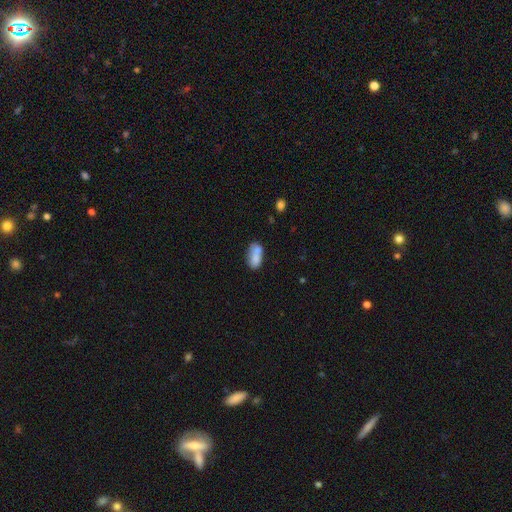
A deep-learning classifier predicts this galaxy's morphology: Smooth or featured? Predicted: smooth (p=0.72). How rounded? Predicted: in between (p=0.88). Merging? Predicted: merger (p=0.41).